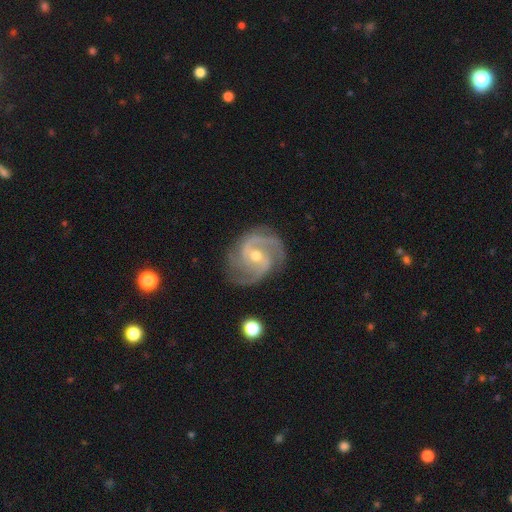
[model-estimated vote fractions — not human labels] The model was most divided on "bar": weak: 43%, no: 39%, strong: 18%. Remaining: spiral arms — yes (98%); edge-on disk — no (98%); smooth or featured — featured or disk (92%); merging — none (77%); spiral winding — medium (55%); bulge size — moderate (54%); spiral arm count — 2 (46%).